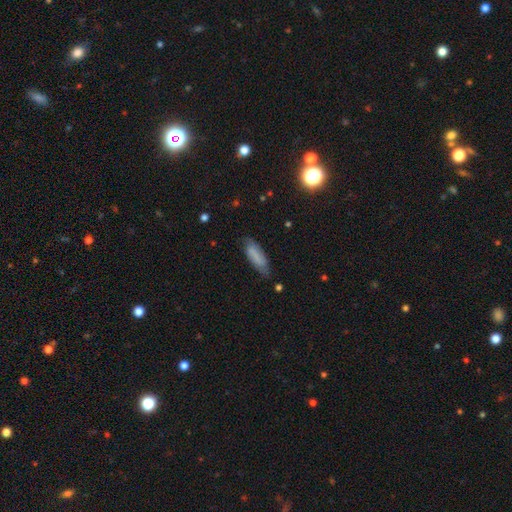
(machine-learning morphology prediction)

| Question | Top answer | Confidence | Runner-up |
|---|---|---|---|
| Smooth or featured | smooth | 77% | featured or disk (16%) |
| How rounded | in between | 53% | cigar-shaped (45%) |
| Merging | none | 70% | minor disturbance (23%) |